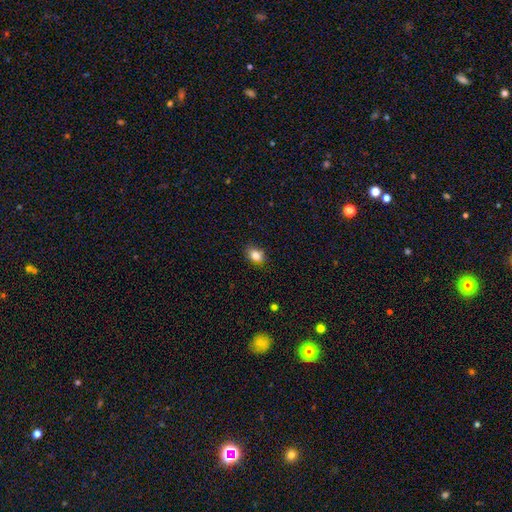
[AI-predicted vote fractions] smooth-or-featured: smooth: 81% | star or artifact: 11% | featured or disk: 8%
  how-rounded: in between: 68% | round: 30% | cigar-shaped: 2%
  merging: none: 80% | minor disturbance: 16% | major disturbance: 3% | merger: 2%